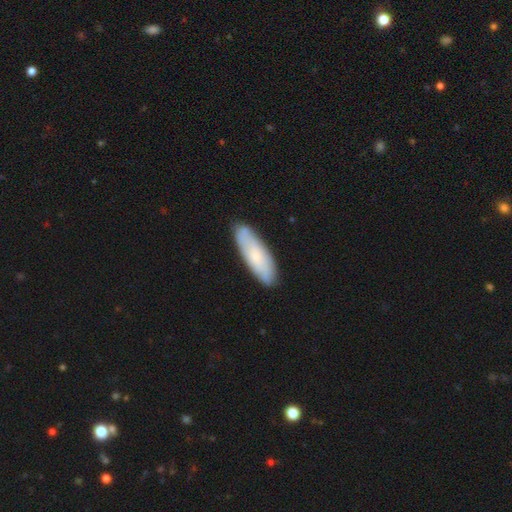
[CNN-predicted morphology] Smooth or featured?
  - smooth: 62% *
  - featured or disk: 32%
  - star or artifact: 6%
How rounded?
  - in between: 51% *
  - cigar-shaped: 47%
  - round: 2%
Merging?
  - none: 82% *
  - minor disturbance: 14%
  - major disturbance: 3%
  - merger: 2%